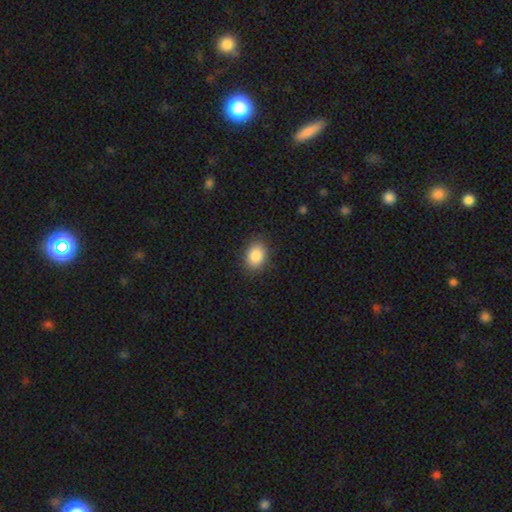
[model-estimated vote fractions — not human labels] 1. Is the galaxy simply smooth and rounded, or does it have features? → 87% smooth, 8% star or artifact, 5% featured or disk.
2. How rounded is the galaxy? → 72% in between, 27% round, 1% cigar-shaped.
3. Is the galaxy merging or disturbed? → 87% none, 10% minor disturbance, 3% major disturbance, 1% merger.